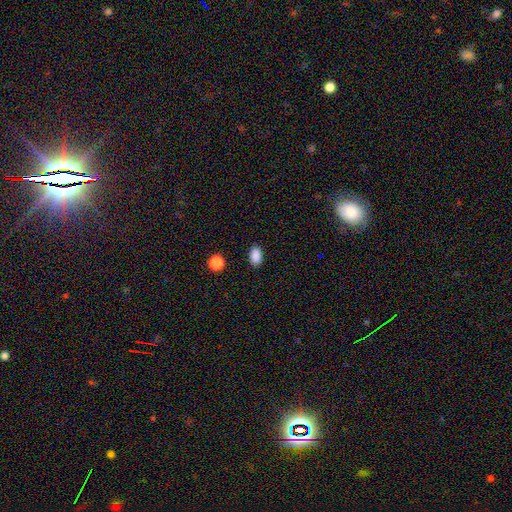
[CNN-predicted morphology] This is clearly a smooth galaxy (88%). How rounded: clearly in between (90%). Merging: clearly none (88%).